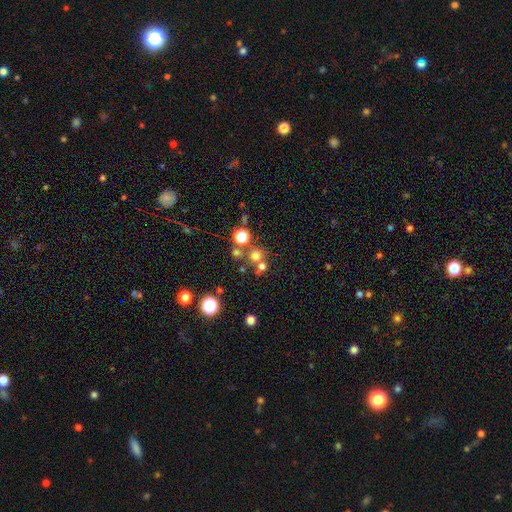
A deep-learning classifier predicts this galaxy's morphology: smooth-or-featured: smooth: 66% | star or artifact: 24% | featured or disk: 11%
  how-rounded: round: 90% | in between: 9% | cigar-shaped: 1%
  merging: none: 64% | merger: 25% | minor disturbance: 7% | major disturbance: 4%